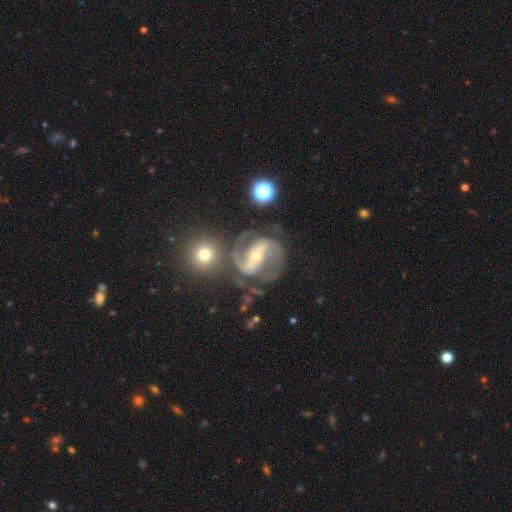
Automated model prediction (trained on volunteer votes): Smooth or featured?
  - featured or disk: 90% *
  - star or artifact: 6%
  - smooth: 4%
Edge-on disk?
  - no: 97% *
  - yes: 3%
Bar?
  - strong: 65% *
  - weak: 23%
  - no: 11%
Spiral arms?
  - yes: 97% *
  - no: 3%
Spiral winding?
  - medium: 59% *
  - tight: 25%
  - loose: 16%
Spiral arm count?
  - 2: 89% *
  - 3: 4%
  - can't tell: 3%
  - 1: 2%
  - 4: 1%
  - more than 4: 1%
Bulge size?
  - small: 59% *
  - moderate: 37%
  - large: 2%
  - none: 1%
  - dominant: 1%
Merging?
  - none: 64% *
  - minor disturbance: 16%
  - major disturbance: 11%
  - merger: 9%